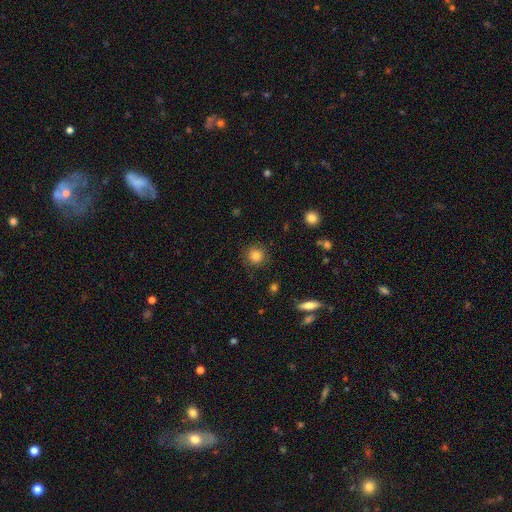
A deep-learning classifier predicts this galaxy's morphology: Smooth or featured?
  - smooth: 84% *
  - star or artifact: 11%
  - featured or disk: 5%
How rounded?
  - round: 93% *
  - in between: 6%
  - cigar-shaped: 1%
Merging?
  - none: 88% *
  - minor disturbance: 8%
  - major disturbance: 3%
  - merger: 1%